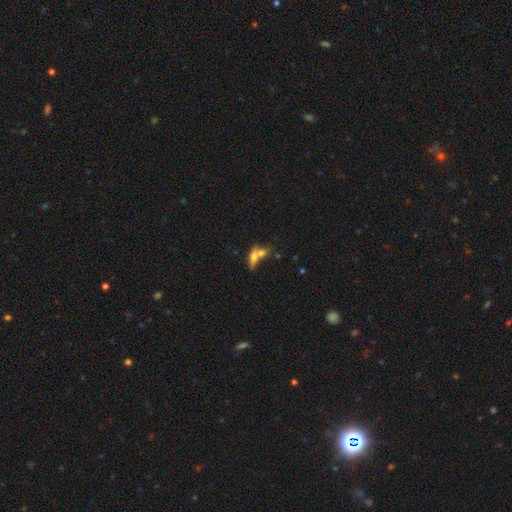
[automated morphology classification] smooth 55%, featured or disk 33%, star or artifact 11%. Down the decision tree: how rounded — in between (59%); merging — merger (58%).